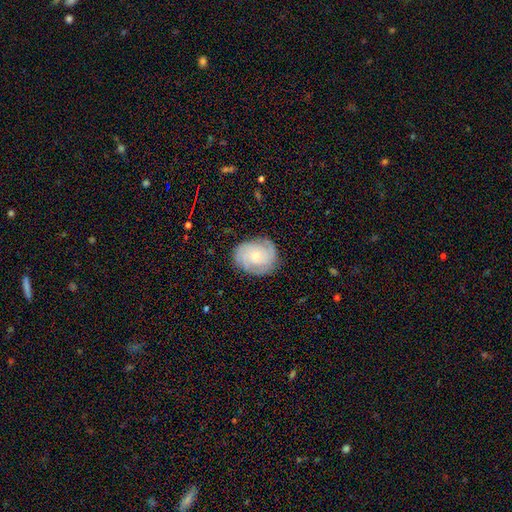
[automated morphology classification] A featured or disk galaxy (77%) with no bar (77%), 2 (34%) tight (68%) spiral arms (95%) and a small central bulge (66%). Merging: none (80%).